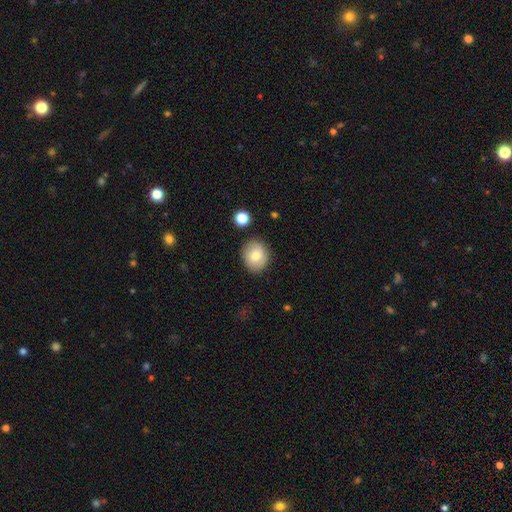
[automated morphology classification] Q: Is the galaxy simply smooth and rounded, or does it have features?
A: smooth — 77%.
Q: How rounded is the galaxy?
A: round — 69%.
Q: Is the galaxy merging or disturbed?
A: none — 86%.